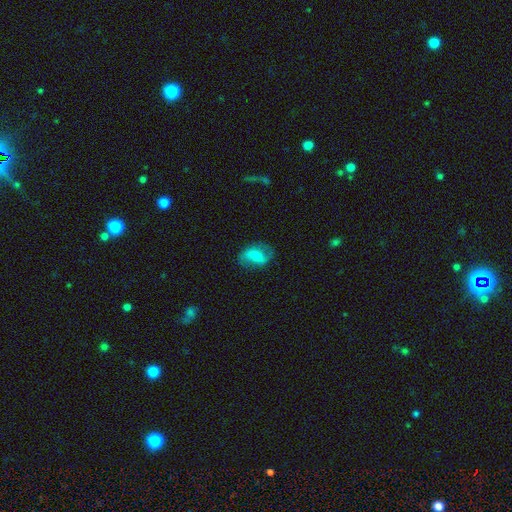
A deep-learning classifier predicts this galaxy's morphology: A featured or disk galaxy (52%).

Vote fractions:
- Smooth or featured? featured or disk: 52% / smooth: 40% / star or artifact: 8%
- Edge-on disk? no: 95% / yes: 5%
- Merging? none: 69% / minor disturbance: 20% / major disturbance: 10% / merger: 1%